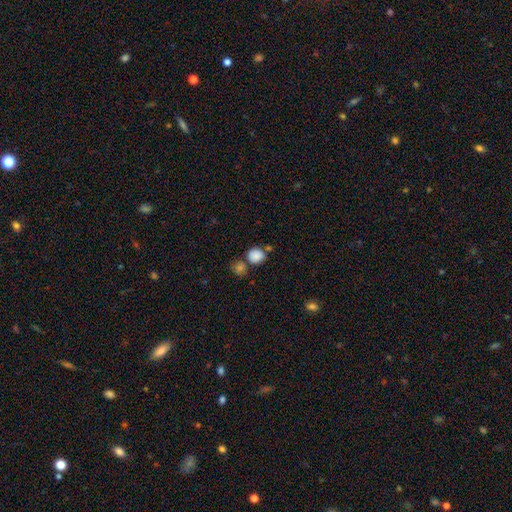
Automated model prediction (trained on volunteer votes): Morphology: type=smooth (85%); roundness=round (79%); merging=none (62%).